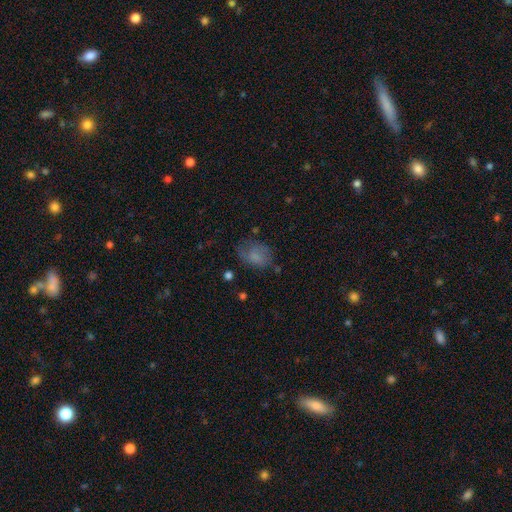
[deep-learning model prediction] The model was most divided on "merging": none: 51%, minor disturbance: 28%, major disturbance: 18%, merger: 3%. More confident: smooth or featured — smooth (70%); how rounded — in between (69%).